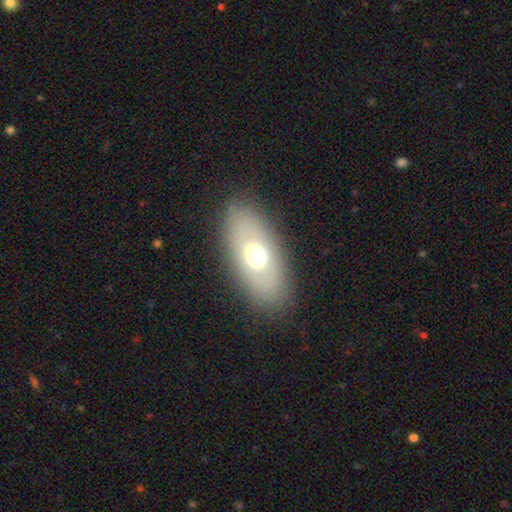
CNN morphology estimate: smooth_or_featured: smooth (p=0.59) [alt: featured or disk p=0.30]
how_rounded: in between (p=0.86) [alt: round p=0.10]
merging: none (p=0.85) [alt: minor disturbance p=0.09]